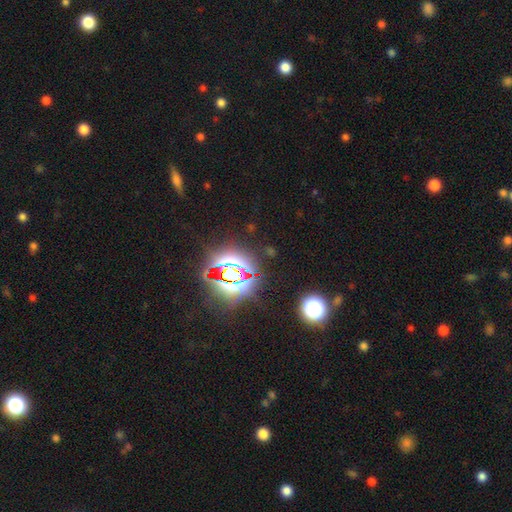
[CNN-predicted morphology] Smooth or featured?
  - star or artifact: 80% *
  - smooth: 11%
  - featured or disk: 9%